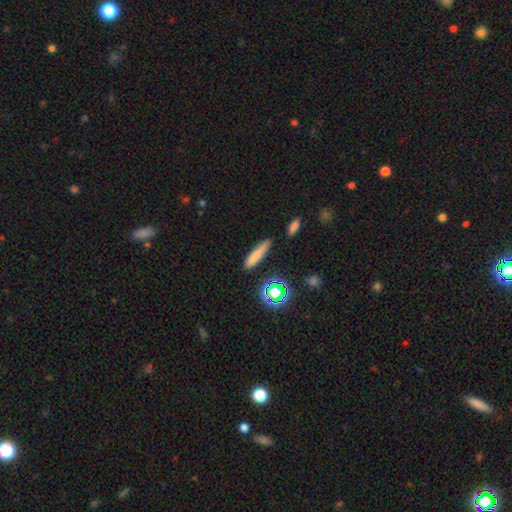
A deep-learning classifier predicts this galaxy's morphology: A smooth galaxy with no disk features (75%) that is cigar-shaped (83%).

Vote fractions:
- Smooth or featured? smooth: 75% / star or artifact: 14% / featured or disk: 11%
- How rounded? cigar-shaped: 83% / in between: 14% / round: 3%
- Merging? none: 79% / minor disturbance: 14% / merger: 4% / major disturbance: 3%